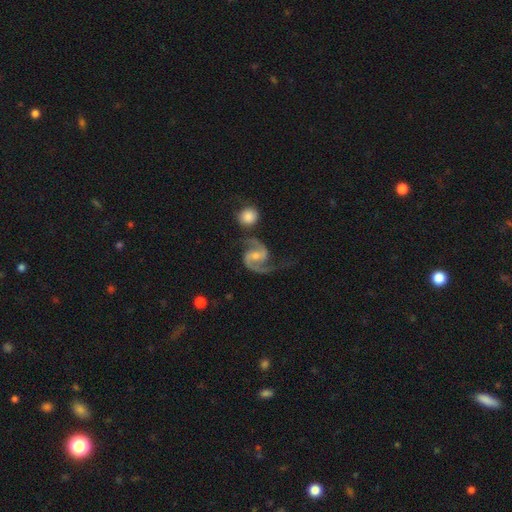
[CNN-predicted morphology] This appears to be a featured or disk galaxy (93%) with a weak bar (46%), 2 (93%) medium (59%) spiral arms (98%) and a moderate central bulge (48%). Merging: none (66%).